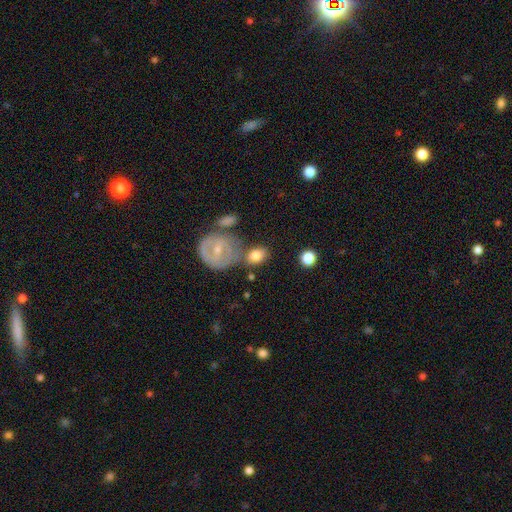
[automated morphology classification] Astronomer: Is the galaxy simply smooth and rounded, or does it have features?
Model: smooth — 74%.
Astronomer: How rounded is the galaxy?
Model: in between — 62%.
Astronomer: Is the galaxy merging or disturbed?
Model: none — 55%.